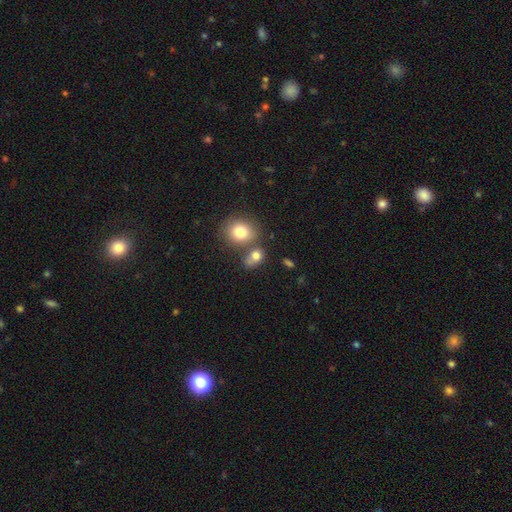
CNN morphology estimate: Smooth or featured? smooth (79%)
How rounded? in between (51%)
Merging? none (46%)